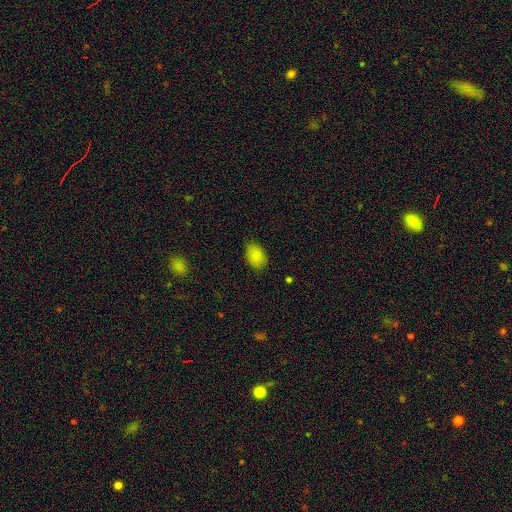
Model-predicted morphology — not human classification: The model was most divided on "merging": none: 83%, minor disturbance: 13%, major disturbance: 3%, merger: 1%. More confident: smooth or featured — smooth (87%); how rounded — in between (85%).